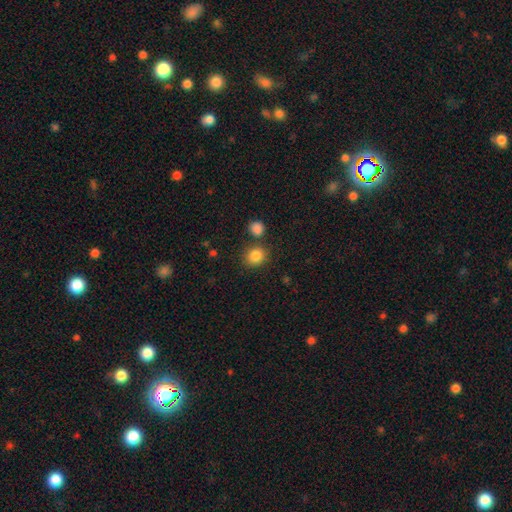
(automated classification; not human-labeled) This appears to be a smooth galaxy with no disk features (85%) that is round (77%). Merging: none (77%).